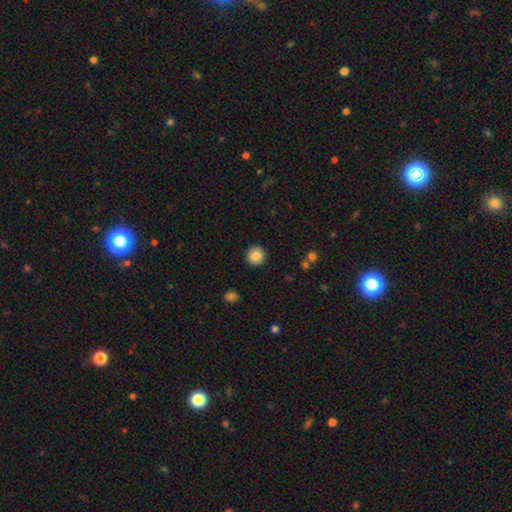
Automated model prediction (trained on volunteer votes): Morphology: type=smooth (85%); roundness=round (94%); merging=none (92%).